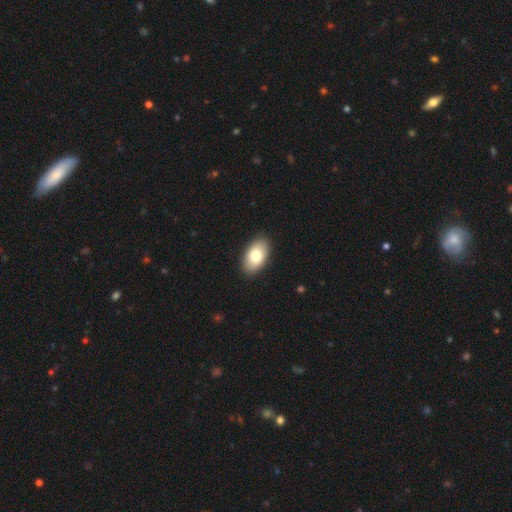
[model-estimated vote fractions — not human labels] A smooth galaxy with no disk features (79%) that is in between round and cigar-shaped (94%). Merging: none (89%).